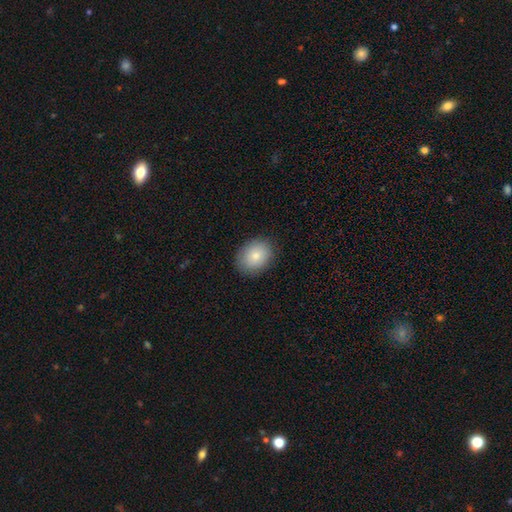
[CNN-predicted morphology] Smooth or featured?
  - smooth: 84% *
  - featured or disk: 9%
  - star or artifact: 8%
How rounded?
  - in between: 60% *
  - round: 39%
  - cigar-shaped: 1%
Merging?
  - none: 87% *
  - minor disturbance: 10%
  - major disturbance: 2%
  - merger: 1%